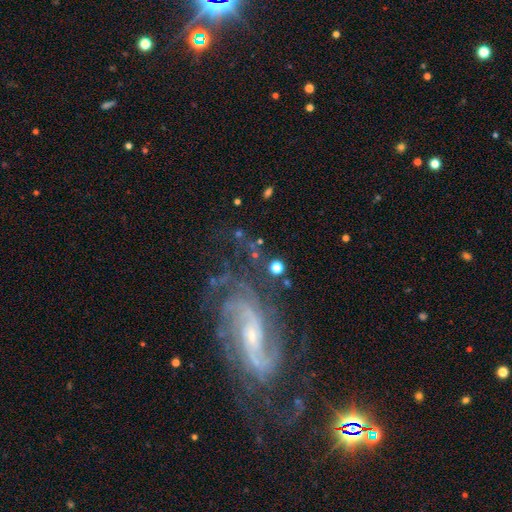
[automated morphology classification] This appears to be a featured or disk galaxy (87%) with a weak bar (43%), 2 (44%) medium (44%) spiral arms (97%) and a small central bulge (66%). Merging: none (68%).